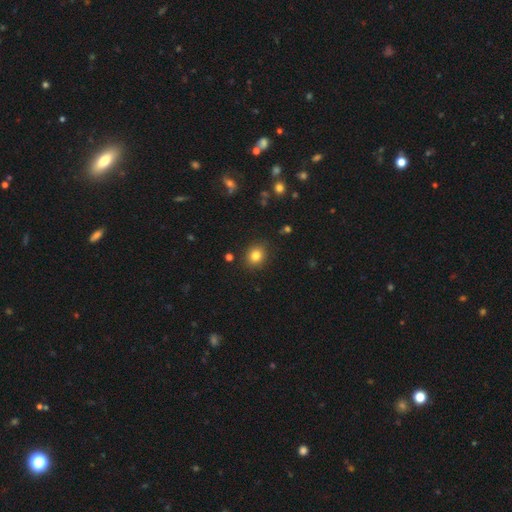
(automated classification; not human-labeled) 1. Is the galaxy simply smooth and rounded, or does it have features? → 82% smooth, 12% star or artifact, 6% featured or disk.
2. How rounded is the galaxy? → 69% round, 30% in between, 1% cigar-shaped.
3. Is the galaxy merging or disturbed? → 88% none, 8% minor disturbance, 2% major disturbance, 1% merger.